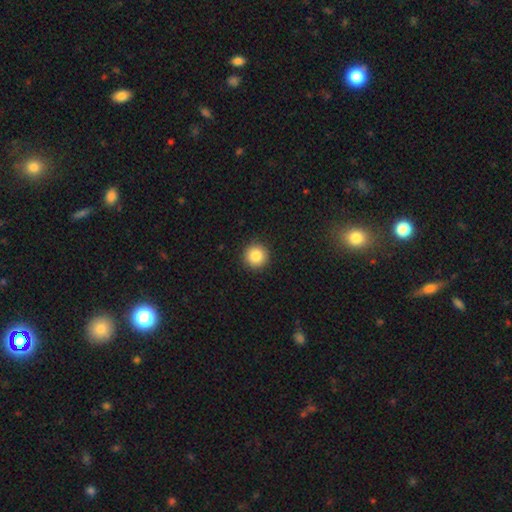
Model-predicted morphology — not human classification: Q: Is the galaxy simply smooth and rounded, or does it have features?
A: smooth — 85%.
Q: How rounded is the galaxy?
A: round — 95%.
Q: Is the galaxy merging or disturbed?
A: none — 92%.